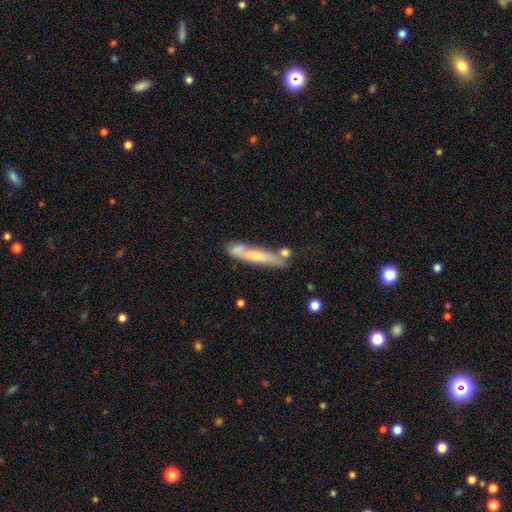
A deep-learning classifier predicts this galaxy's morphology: The model was most divided on "smooth or featured": smooth: 48%, featured or disk: 45%, star or artifact: 6%. More confident: merging — none (59%).